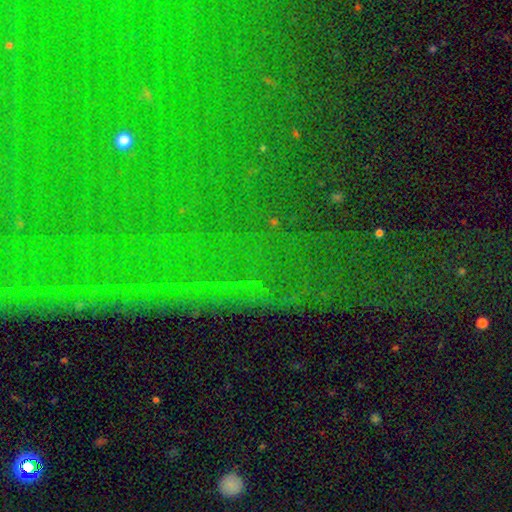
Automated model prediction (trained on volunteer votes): A star or artifact, not a galaxy (84%).